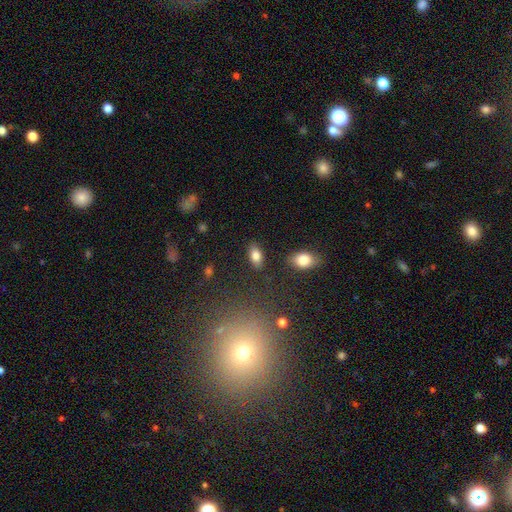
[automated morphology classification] This appears to be a smooth galaxy with no disk features (82%) that is in between round and cigar-shaped (90%). Merging: none (85%).